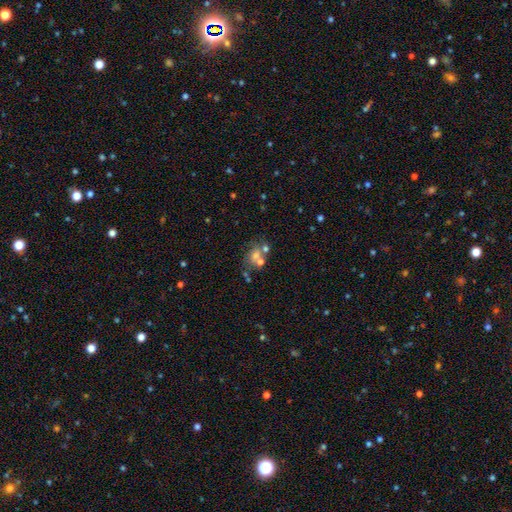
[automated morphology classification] smooth-or-featured: smooth: 47% | featured or disk: 34% | star or artifact: 19%
  merging: none: 39% | merger: 35% | minor disturbance: 14% | major disturbance: 12%